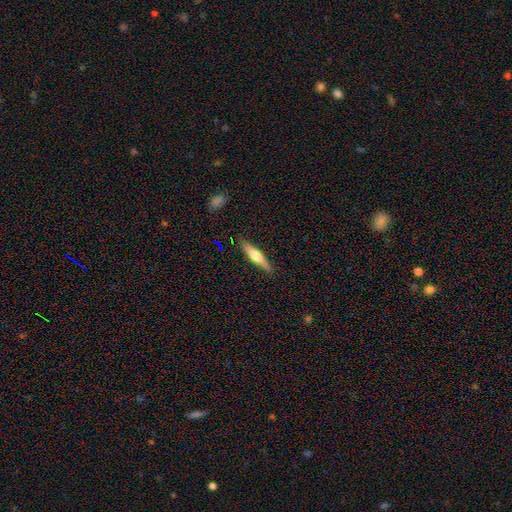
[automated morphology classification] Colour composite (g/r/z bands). It shows a featured or disk galaxy (52%) viewed edge-on (95%) with a rounded central bulge (89%). Merging: none (88%).